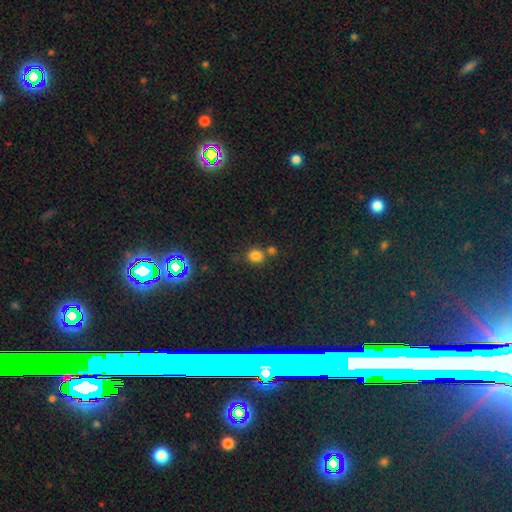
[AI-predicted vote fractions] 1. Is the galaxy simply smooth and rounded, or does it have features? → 77% smooth, 17% star or artifact, 6% featured or disk.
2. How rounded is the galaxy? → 80% round, 19% in between, 1% cigar-shaped.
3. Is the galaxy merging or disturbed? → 64% none, 22% merger, 10% minor disturbance, 4% major disturbance.